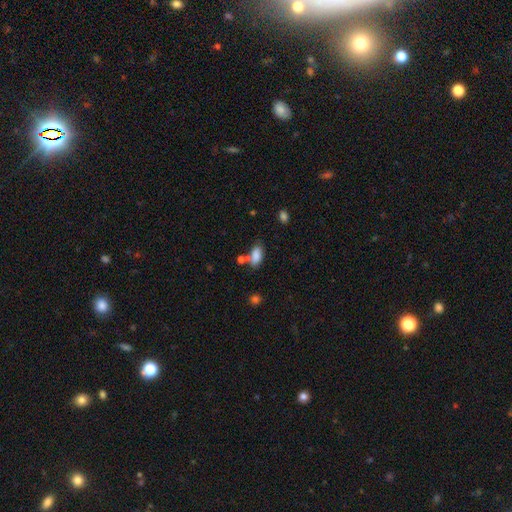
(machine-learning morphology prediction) This is clearly a smooth galaxy (84%). How rounded: clearly in between (89%). Merging: possibly none (59%).